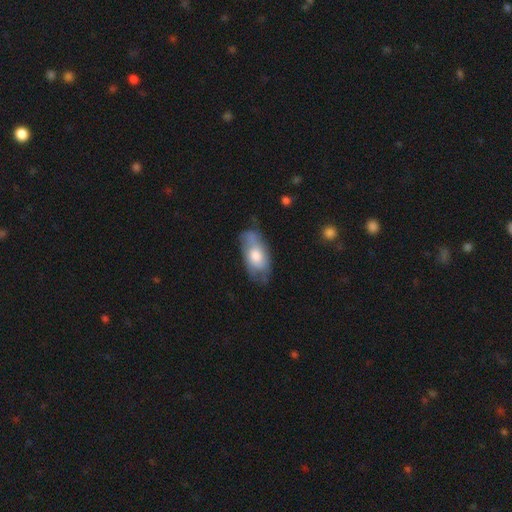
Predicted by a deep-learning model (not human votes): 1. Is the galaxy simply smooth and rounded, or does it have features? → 56% smooth, 38% featured or disk, 6% star or artifact.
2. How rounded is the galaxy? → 89% in between, 8% cigar-shaped, 3% round.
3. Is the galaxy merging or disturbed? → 57% none, 30% minor disturbance, 10% major disturbance, 2% merger.